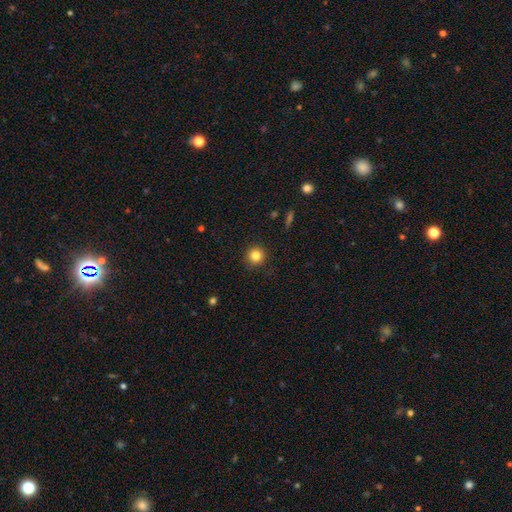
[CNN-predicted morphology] This is clearly a smooth galaxy (83%). How rounded: clearly round (95%). Merging: clearly none (90%).